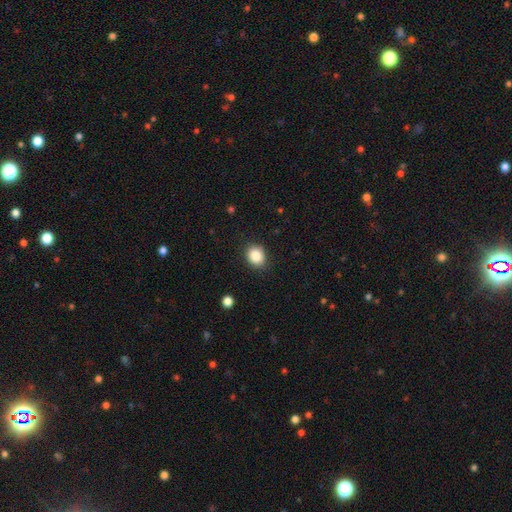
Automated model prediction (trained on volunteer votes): Q: Smooth or featured?
A: smooth (87%); runner-up: star or artifact (9%)
Q: How rounded?
A: round (62%); runner-up: in between (37%)
Q: Merging?
A: none (87%); runner-up: minor disturbance (10%)